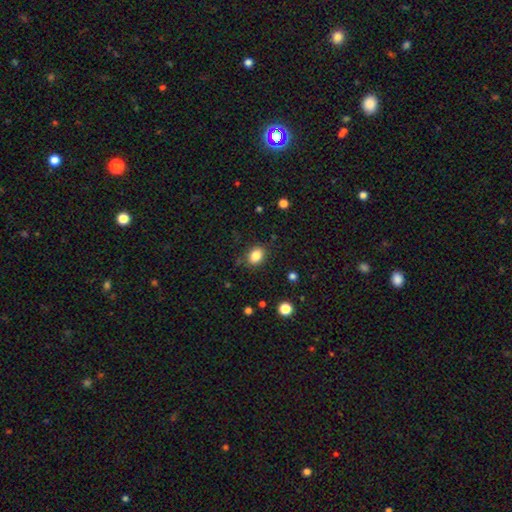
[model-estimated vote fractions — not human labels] Morphology: type=smooth (84%); roundness=in between (58%); merging=none (82%).